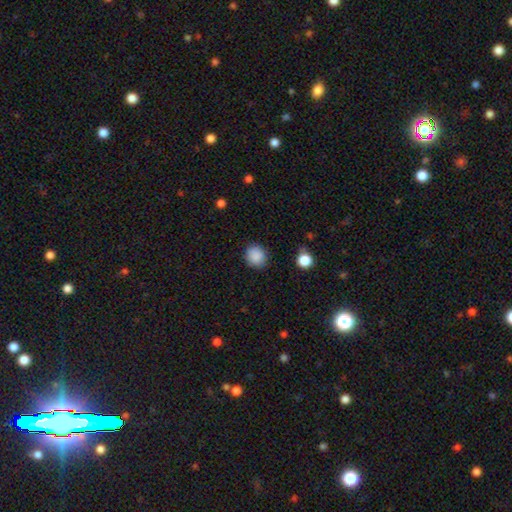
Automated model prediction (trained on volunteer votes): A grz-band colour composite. It shows a smooth galaxy with no disk features (88%) that is round (77%). Merging: none (85%).